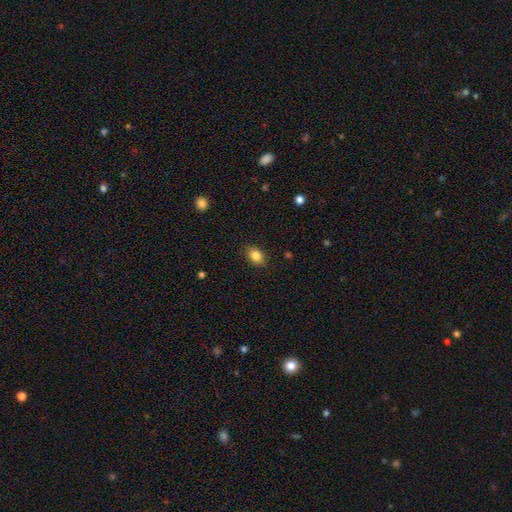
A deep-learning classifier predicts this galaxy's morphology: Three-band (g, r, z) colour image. It shows a smooth galaxy with no disk features (85%) that is in between round and cigar-shaped (75%). Merging: none (86%).